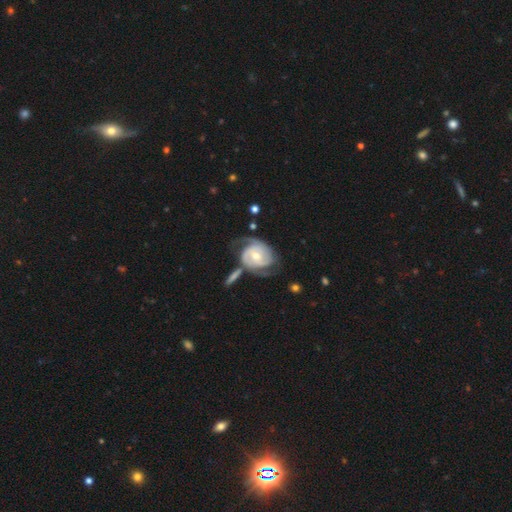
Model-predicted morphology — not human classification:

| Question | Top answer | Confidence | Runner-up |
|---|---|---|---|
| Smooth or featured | featured or disk | 86% | smooth (9%) |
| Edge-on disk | no | 97% | yes (3%) |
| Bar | no | 51% | weak (37%) |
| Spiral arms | yes | 96% | no (4%) |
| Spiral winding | tight | 51% | medium (36%) |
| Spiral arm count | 2 | 71% | can't tell (12%) |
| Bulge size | moderate | 57% | small (38%) |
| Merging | none | 52% | minor disturbance (20%) |